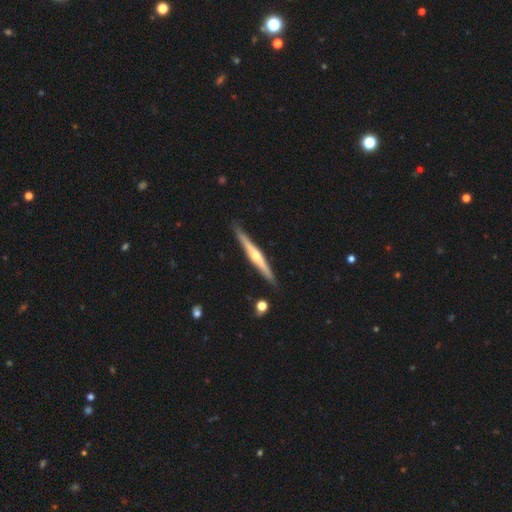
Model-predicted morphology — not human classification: smooth_or_featured: featured or disk (p=0.75) [alt: smooth p=0.20]
disk_edge_on: yes (p=0.98) [alt: no p=0.02]
edge_on_bulge: rounded (p=0.88) [alt: none p=0.09]
merging: none (p=0.90) [alt: minor disturbance p=0.07]